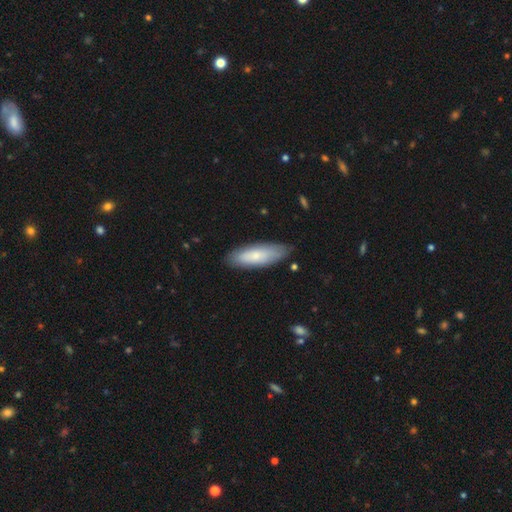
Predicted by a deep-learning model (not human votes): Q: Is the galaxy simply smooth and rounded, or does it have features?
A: smooth — 75%.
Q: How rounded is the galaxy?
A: in between — 58%.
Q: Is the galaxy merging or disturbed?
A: none — 81%.